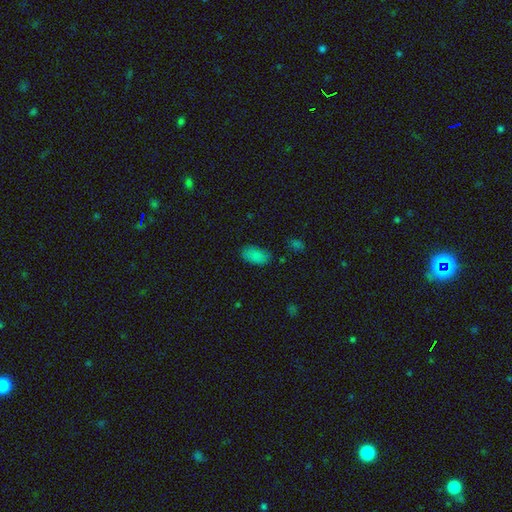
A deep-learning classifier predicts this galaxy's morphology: Q: Smooth or featured?
A: smooth (84%); runner-up: star or artifact (11%)
Q: How rounded?
A: in between (93%); runner-up: round (4%)
Q: Merging?
A: none (77%); runner-up: minor disturbance (17%)